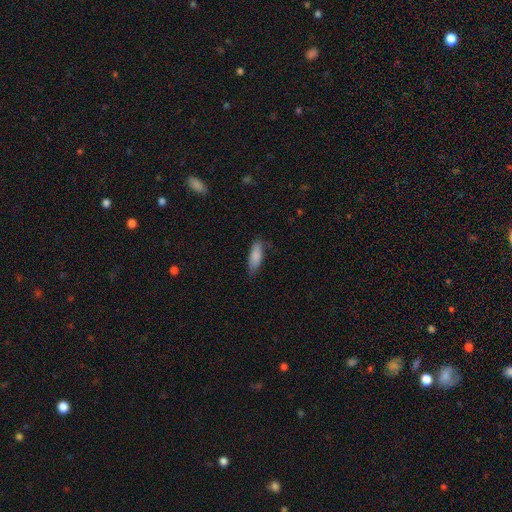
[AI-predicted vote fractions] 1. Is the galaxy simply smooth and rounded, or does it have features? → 85% smooth, 9% featured or disk, 6% star or artifact.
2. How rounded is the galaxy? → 62% in between, 36% cigar-shaped, 2% round.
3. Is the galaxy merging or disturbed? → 72% none, 22% minor disturbance, 4% major disturbance, 1% merger.